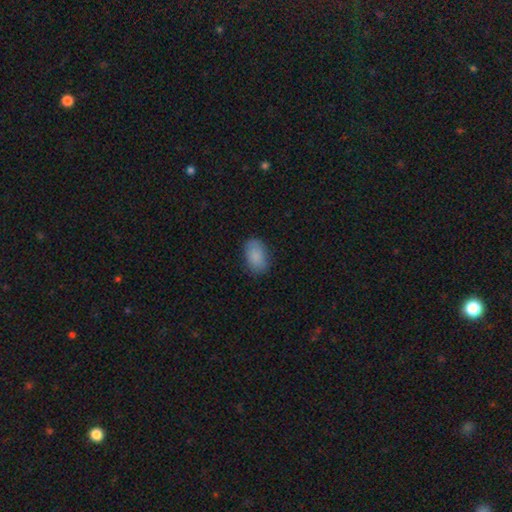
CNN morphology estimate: Q: Smooth or featured?
A: smooth (88%); runner-up: star or artifact (7%)
Q: How rounded?
A: in between (91%); runner-up: round (8%)
Q: Merging?
A: none (83%); runner-up: minor disturbance (13%)